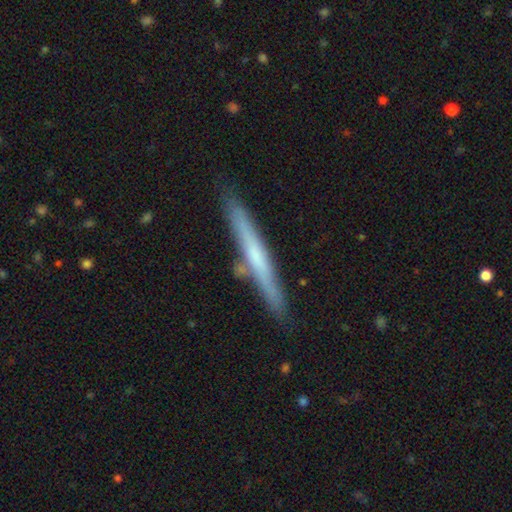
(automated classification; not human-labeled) smooth_or_featured: featured or disk (p=0.51) [alt: smooth p=0.43]
disk_edge_on: yes (p=0.95) [alt: no p=0.05]
merging: none (p=0.83) [alt: minor disturbance p=0.11]